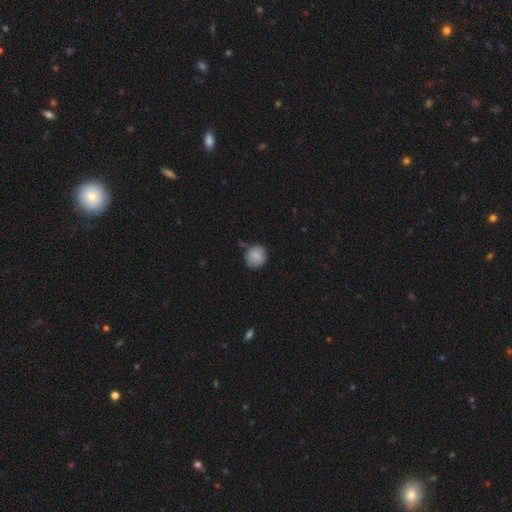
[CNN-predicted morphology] This appears to be a smooth galaxy with no disk features (83%) that is round (85%). Merging: none (69%).